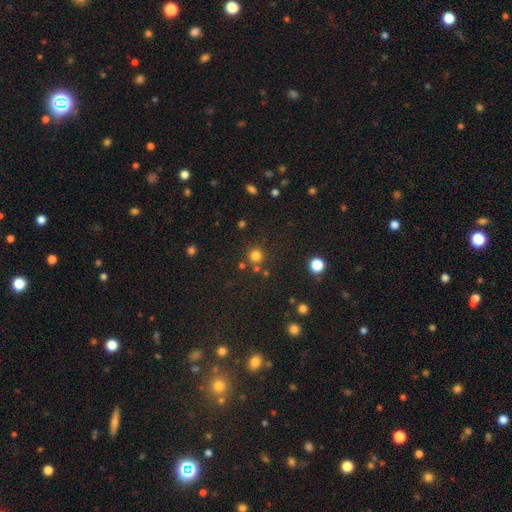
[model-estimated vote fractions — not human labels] A smooth galaxy with no disk features (78%) that is round (93%). Merging: none (81%).